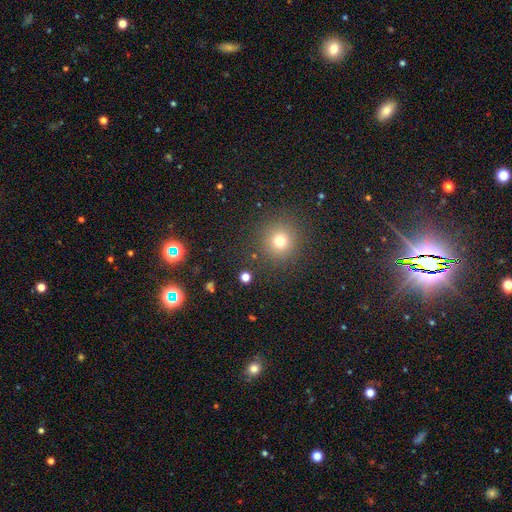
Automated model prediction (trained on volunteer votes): The model was most divided on "smooth or featured": smooth: 47%, star or artifact: 45%, featured or disk: 8%. More confident: merging — none (91%).